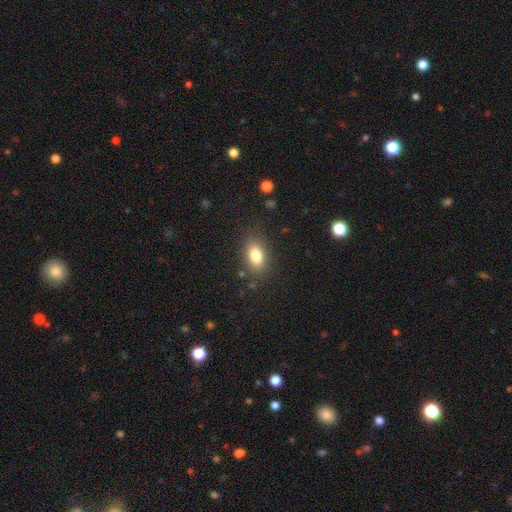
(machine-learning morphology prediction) The model was most divided on "smooth or featured": smooth: 80%, featured or disk: 10%, star or artifact: 10%. More confident: how rounded — in between (85%); merging — none (83%).